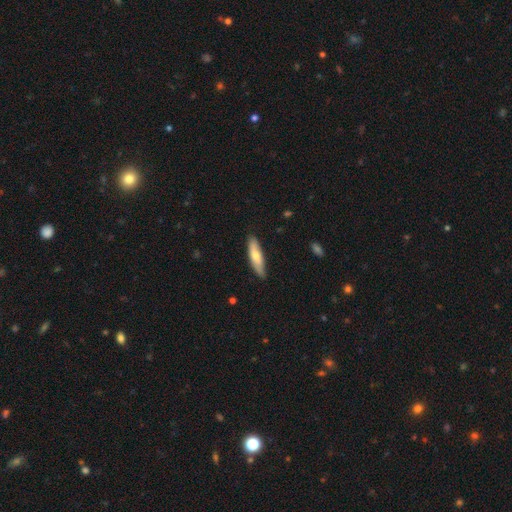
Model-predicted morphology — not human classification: smooth_or_featured: smooth (p=0.65) [alt: featured or disk p=0.29]
how_rounded: cigar-shaped (p=0.67) [alt: in between p=0.31]
merging: none (p=0.84) [alt: minor disturbance p=0.13]